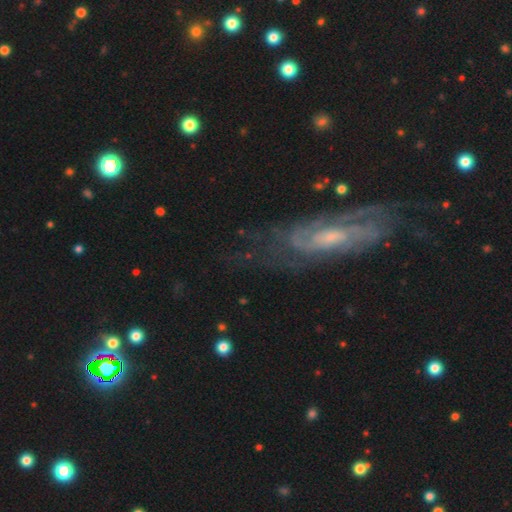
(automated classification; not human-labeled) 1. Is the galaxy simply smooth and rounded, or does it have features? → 79% featured or disk, 11% smooth, 10% star or artifact.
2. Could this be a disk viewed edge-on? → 83% no, 17% yes.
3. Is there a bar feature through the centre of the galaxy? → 44% no, 43% weak, 13% strong.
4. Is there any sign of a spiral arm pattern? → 93% yes, 7% no.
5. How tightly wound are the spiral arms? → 52% tight, 37% medium, 11% loose.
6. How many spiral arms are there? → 40% can't tell, 32% 2, 11% 3, 6% 4, 5% 1, 5% more than 4.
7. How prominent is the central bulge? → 54% small, 35% moderate, 7% none, 3% large, 1% dominant.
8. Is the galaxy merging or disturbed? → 72% none, 17% minor disturbance, 8% major disturbance, 2% merger.